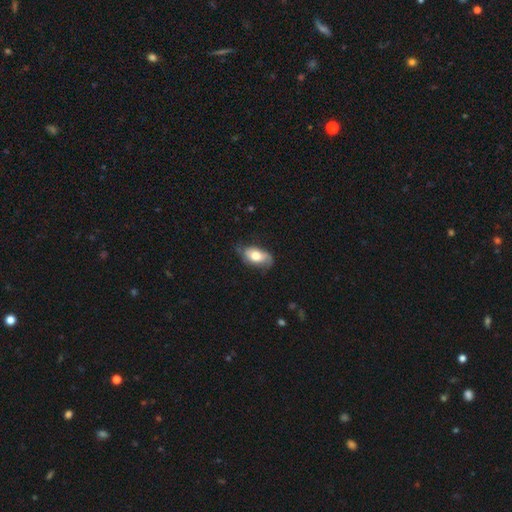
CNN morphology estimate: Smooth or featured? smooth (65%)
How rounded? in between (91%)
Merging? none (57%)